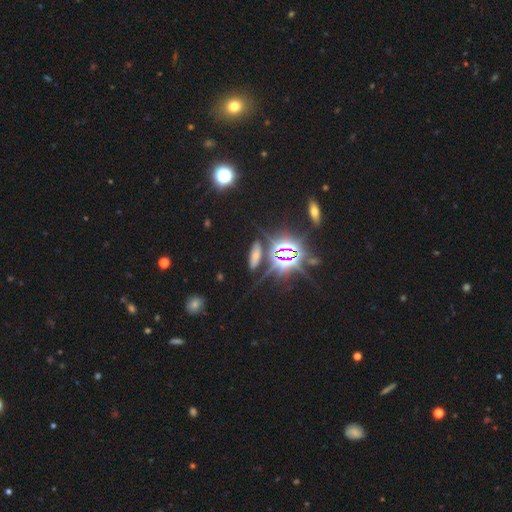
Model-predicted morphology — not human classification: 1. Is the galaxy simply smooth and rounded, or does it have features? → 49% star or artifact, 35% smooth, 16% featured or disk.